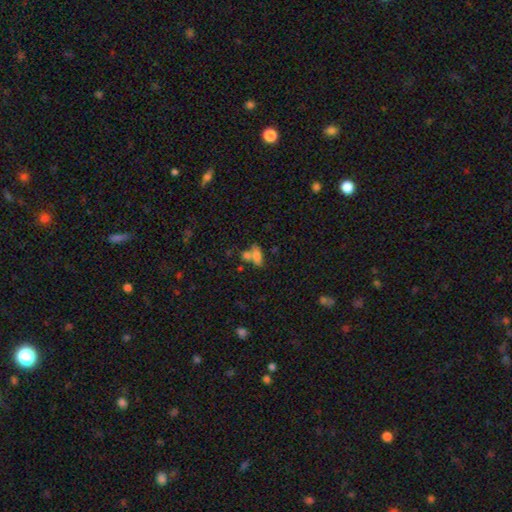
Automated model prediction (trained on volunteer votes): Smooth or featured?
  - smooth: 70% *
  - featured or disk: 19%
  - star or artifact: 11%
How rounded?
  - in between: 72% *
  - cigar-shaped: 21%
  - round: 6%
Merging?
  - none: 42% *
  - merger: 39%
  - minor disturbance: 13%
  - major disturbance: 6%